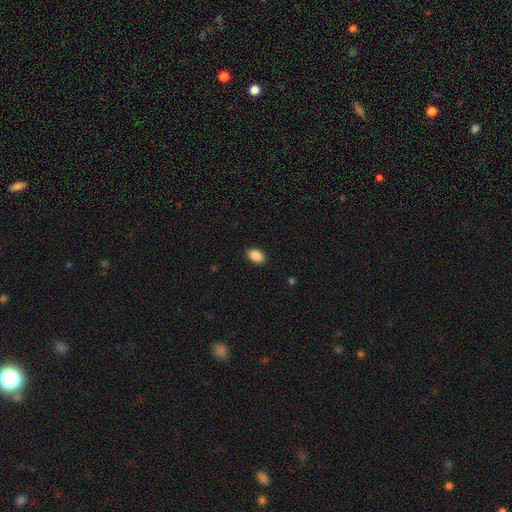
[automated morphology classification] Overall: smooth (89%). How rounded: in between (91%). Merging: none (89%).